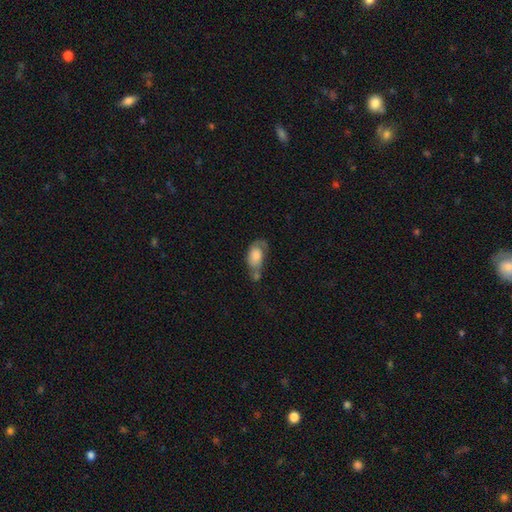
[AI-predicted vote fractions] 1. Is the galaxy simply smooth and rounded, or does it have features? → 71% smooth, 22% featured or disk, 7% star or artifact.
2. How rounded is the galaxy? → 89% in between, 7% round, 4% cigar-shaped.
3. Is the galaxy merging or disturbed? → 27% merger, 26% none, 25% minor disturbance, 22% major disturbance.